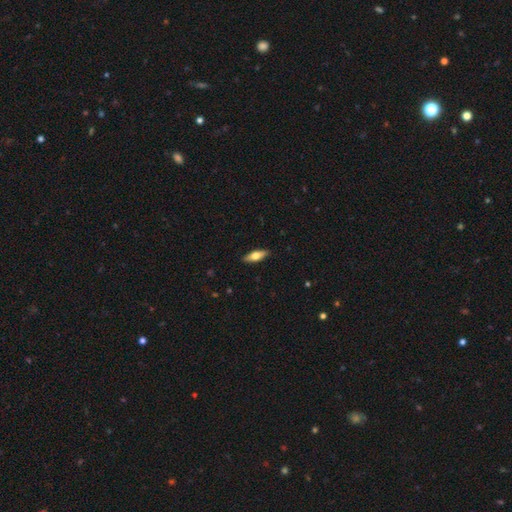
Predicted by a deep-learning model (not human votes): smooth 57%, featured or disk 37%, star or artifact 6%. Down the decision tree: how rounded — in between (58%); merging — none (90%).